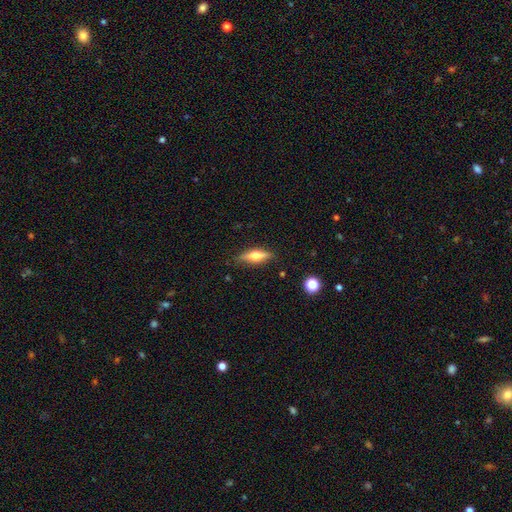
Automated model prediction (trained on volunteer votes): Morphology: type=featured or disk (47%); merging=none (83%).